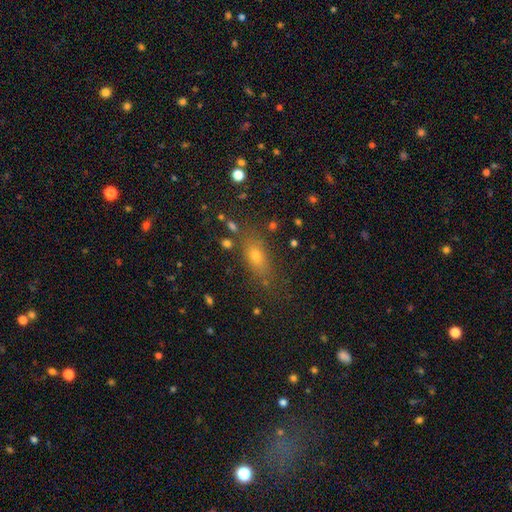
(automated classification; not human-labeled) smooth_or_featured: smooth (p=0.66) [alt: star or artifact p=0.19]
how_rounded: in between (p=0.68) [alt: round p=0.16]
merging: none (p=0.75) [alt: minor disturbance p=0.14]